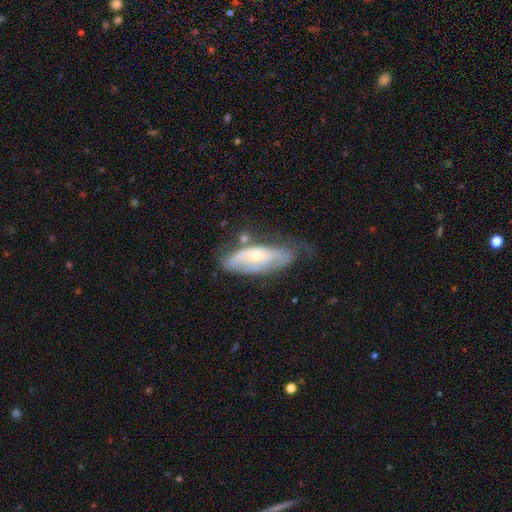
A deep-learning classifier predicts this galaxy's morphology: Overall: featured or disk (62%; smooth 31%). Edge-on disk: no (83%). Bar: no (76%). Spiral arms: yes (57%; no 43%). Bulge size: small (57%; moderate 39%). Merging: none (38%; minor disturbance 33%).